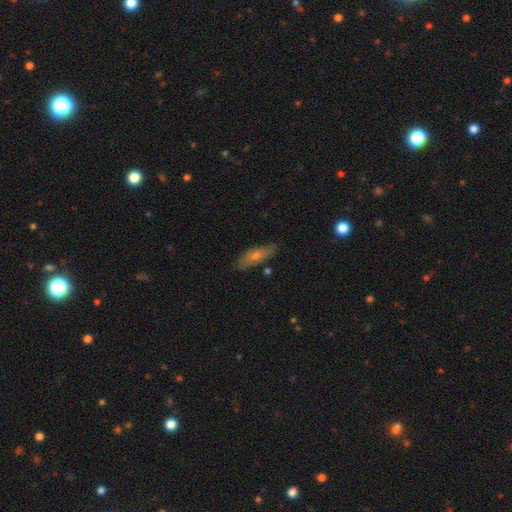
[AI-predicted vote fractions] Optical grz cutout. It shows a smooth galaxy with no disk features (52%) that is cigar-shaped (63%). Merging: none (83%).